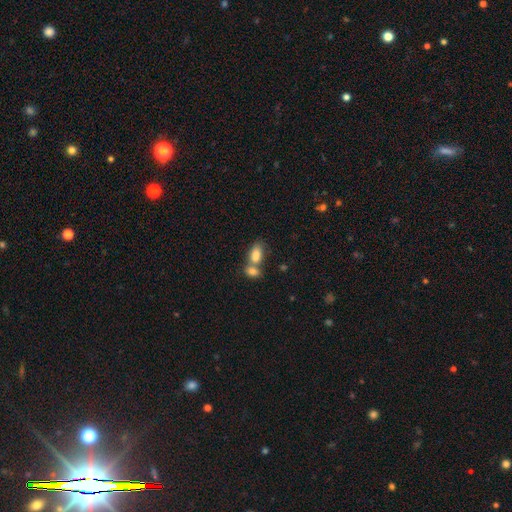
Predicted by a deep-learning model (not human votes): The model was most divided on "merging": merger: 62%, none: 26%, minor disturbance: 8%, major disturbance: 4%. More confident: how rounded — in between (89%); smooth or featured — smooth (82%).